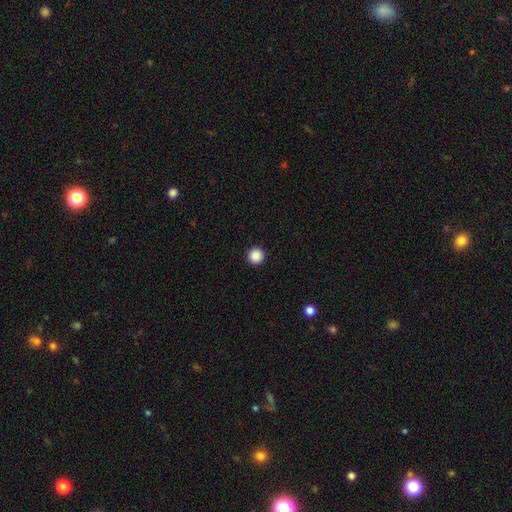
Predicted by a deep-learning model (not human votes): Smooth or featured? Predicted: smooth (p=0.88). How rounded? Predicted: round (p=0.96). Merging? Predicted: none (p=0.94).